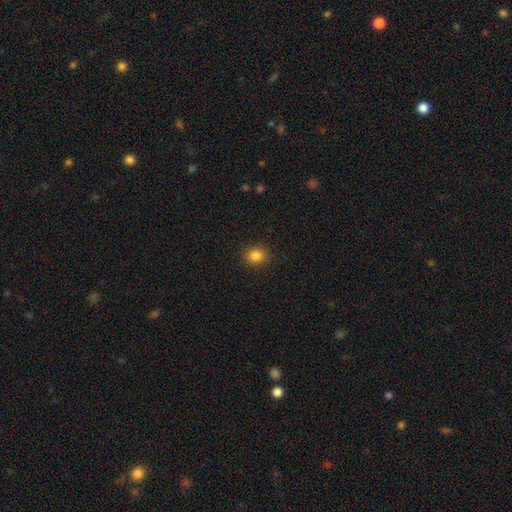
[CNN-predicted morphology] smooth_or_featured: smooth (p=0.84) [alt: star or artifact p=0.11]
how_rounded: round (p=0.64) [alt: in between p=0.35]
merging: none (p=0.89) [alt: minor disturbance p=0.08]